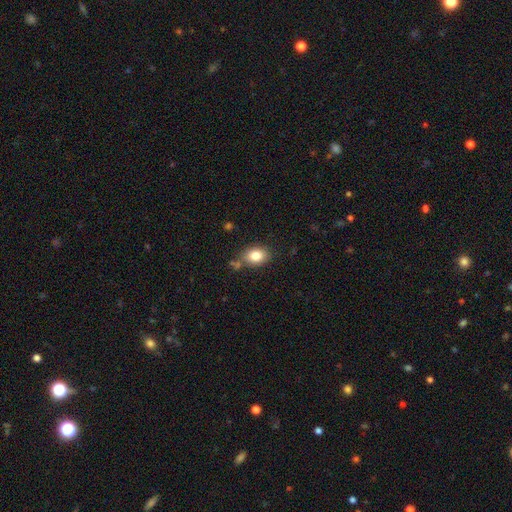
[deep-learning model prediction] This is clearly a smooth galaxy (82%). How rounded: likely in between (72%). Merging: likely none (74%).